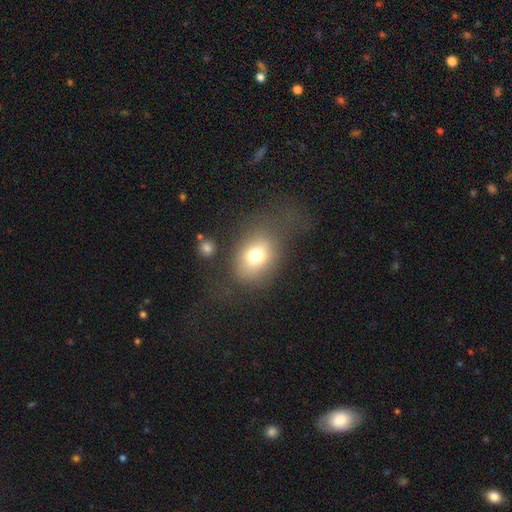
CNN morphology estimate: type=smooth (71%); roundness=in between (61%); merging=none (50%).